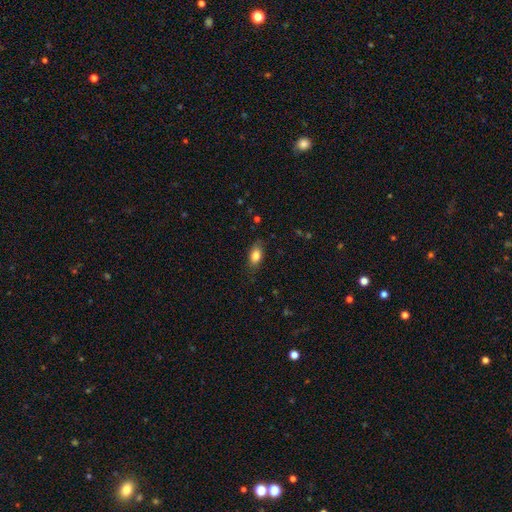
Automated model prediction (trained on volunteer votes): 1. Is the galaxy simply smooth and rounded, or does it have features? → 82% smooth, 10% featured or disk, 8% star or artifact.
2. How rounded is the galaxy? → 86% in between, 7% round, 6% cigar-shaped.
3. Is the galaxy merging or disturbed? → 79% none, 16% minor disturbance, 4% major disturbance, 1% merger.